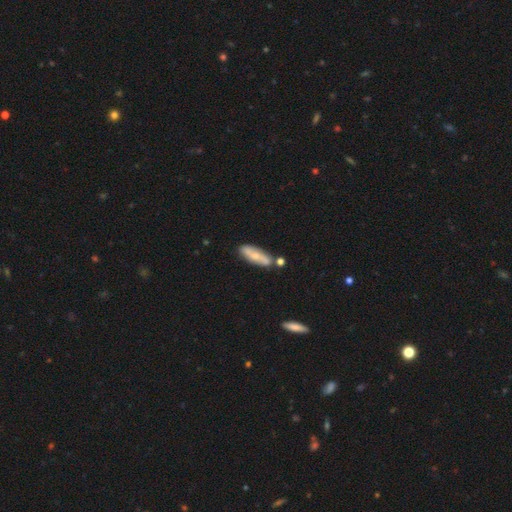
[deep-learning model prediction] A smooth galaxy with no disk features (52%) that is cigar-shaped (53%).

Vote fractions:
- Smooth or featured? smooth: 52% / featured or disk: 42% / star or artifact: 6%
- How rounded? cigar-shaped: 53% / in between: 44% / round: 2%
- Merging? none: 71% / minor disturbance: 14% / merger: 12% / major disturbance: 3%